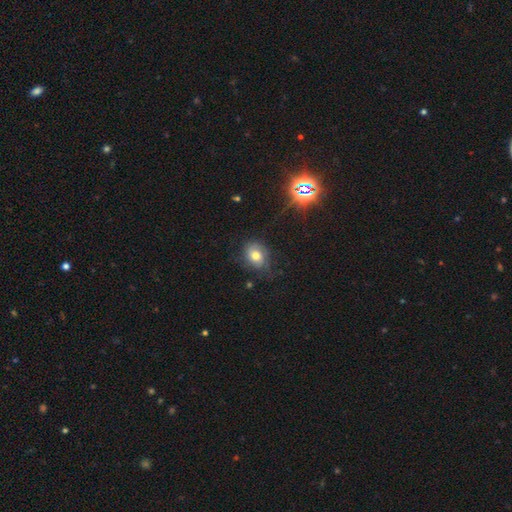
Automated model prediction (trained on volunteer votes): Smooth or featured?
  - smooth: 57% *
  - featured or disk: 29%
  - star or artifact: 15%
How rounded?
  - in between: 56% *
  - round: 43%
  - cigar-shaped: 1%
Merging?
  - none: 62% *
  - minor disturbance: 25%
  - major disturbance: 12%
  - merger: 2%